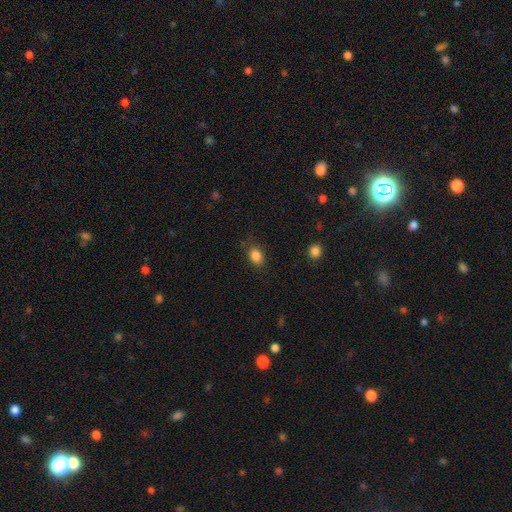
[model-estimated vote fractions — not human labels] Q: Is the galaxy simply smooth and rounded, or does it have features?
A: smooth — 86%.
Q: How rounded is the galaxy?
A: in between — 77%.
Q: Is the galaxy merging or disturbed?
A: none — 80%.